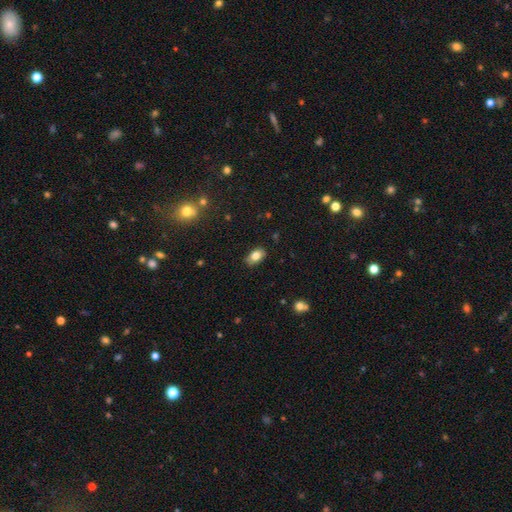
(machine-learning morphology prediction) This appears to be a smooth galaxy with no disk features (81%) that is in between round and cigar-shaped (90%). Merging: none (84%).